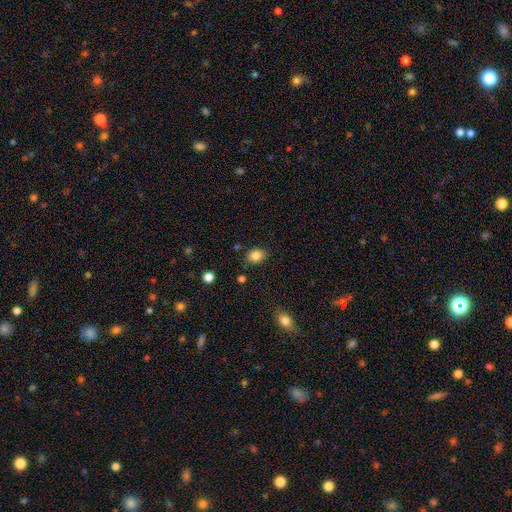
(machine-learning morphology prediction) A smooth galaxy with no disk features (84%) that is in between round and cigar-shaped (63%). Merging: none (82%).